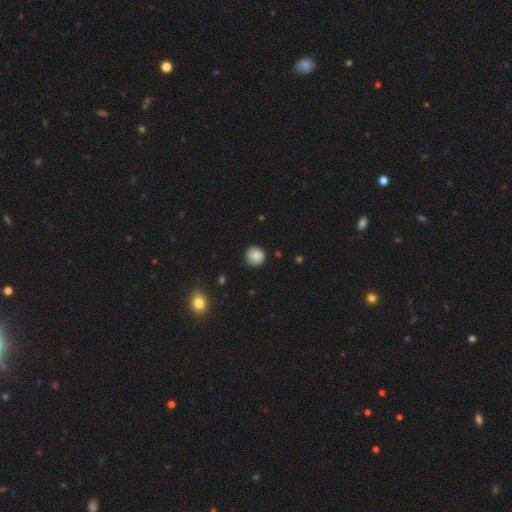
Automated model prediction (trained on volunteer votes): This appears to be a smooth galaxy with no disk features (84%) that is round (90%). Merging: none (83%).